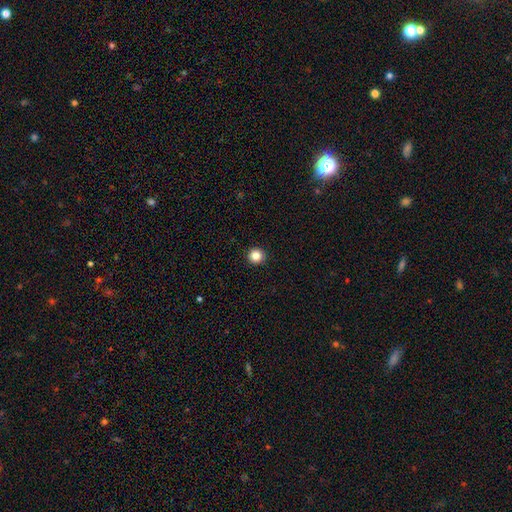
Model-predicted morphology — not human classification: A smooth galaxy with no disk features (84%) that is round (95%). Merging: none (94%).